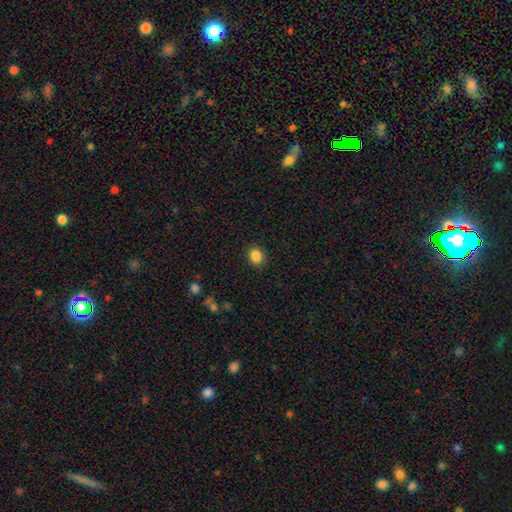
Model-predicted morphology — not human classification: This appears to be a smooth galaxy with no disk features (86%) that is round (60%). Merging: none (88%).